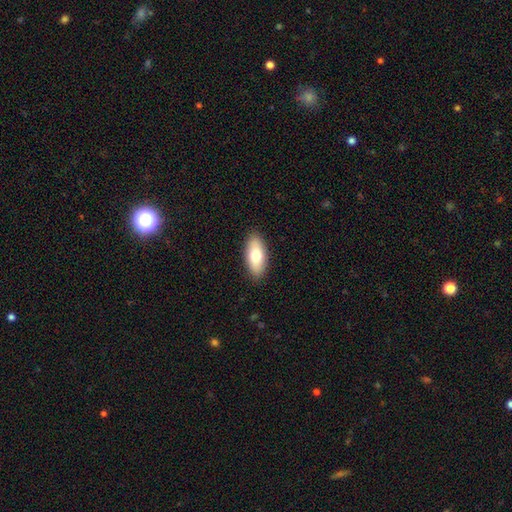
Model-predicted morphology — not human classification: smooth 75%, featured or disk 19%, star or artifact 6%. Down the decision tree: how rounded — in between (86%); merging — none (89%).